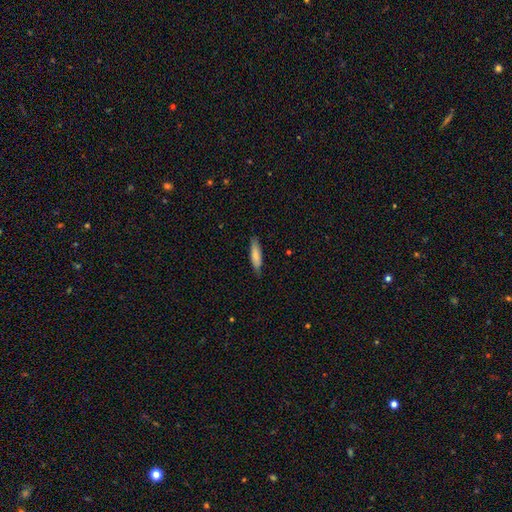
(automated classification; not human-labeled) Smooth or featured? Predicted: smooth (p=0.79). How rounded? Predicted: cigar-shaped (p=0.70). Merging? Predicted: none (p=0.83).